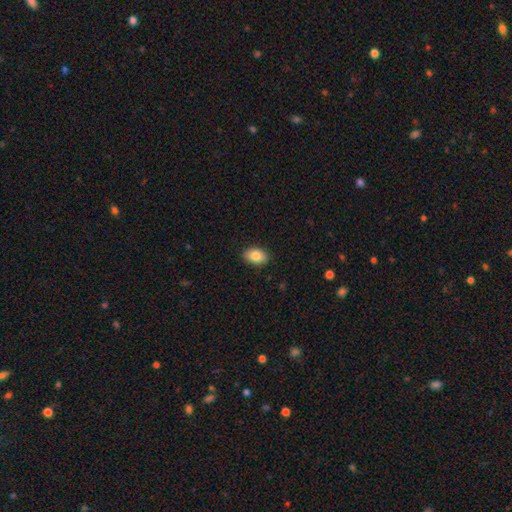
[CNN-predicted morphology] smooth_or_featured: smooth (p=0.85) [alt: star or artifact p=0.07]
how_rounded: in between (p=0.86) [alt: round p=0.12]
merging: none (p=0.88) [alt: minor disturbance p=0.09]